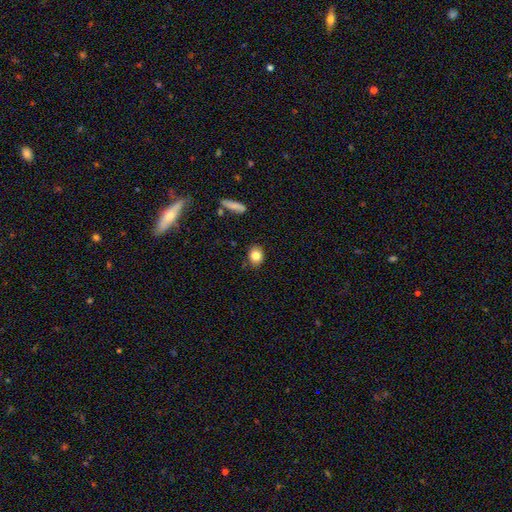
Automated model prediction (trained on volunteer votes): Morphology: type=smooth (83%); roundness=round (58%); merging=none (86%).